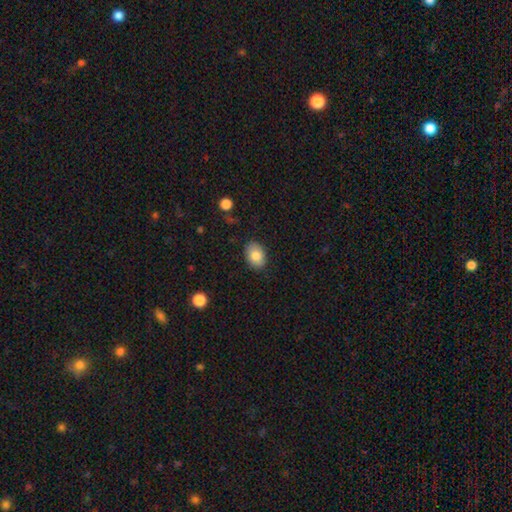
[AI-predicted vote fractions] Overall: smooth (83%). How rounded: in between (80%). Merging: none (86%).